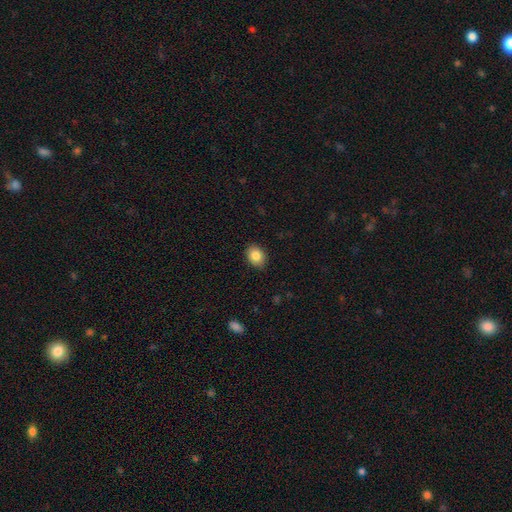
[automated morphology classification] This appears to be a smooth galaxy with no disk features (85%) that is in between round and cigar-shaped (54%). Merging: none (88%).